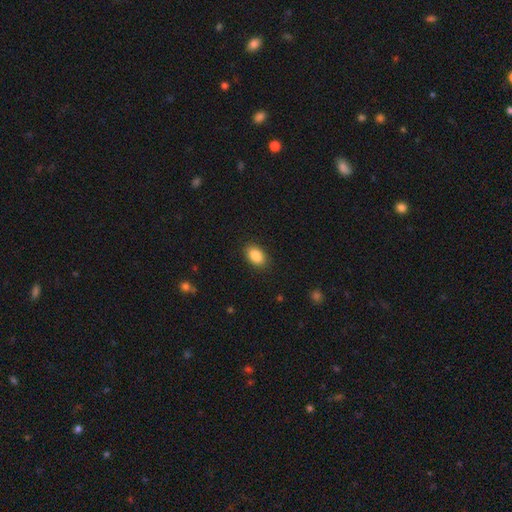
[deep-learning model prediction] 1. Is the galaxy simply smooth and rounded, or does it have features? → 87% smooth, 8% star or artifact, 5% featured or disk.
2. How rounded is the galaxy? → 90% in between, 9% round, 2% cigar-shaped.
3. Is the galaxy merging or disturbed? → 89% none, 8% minor disturbance, 2% major disturbance, 1% merger.